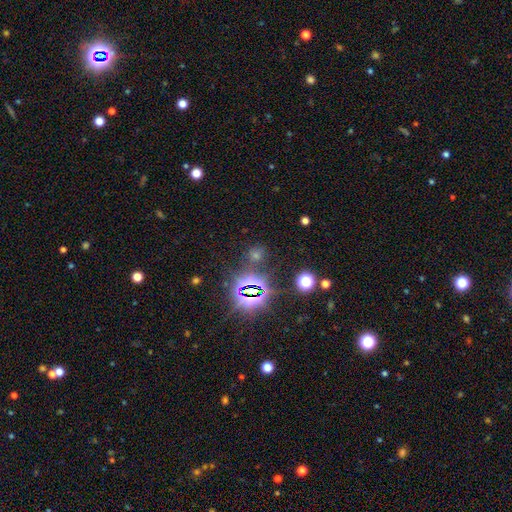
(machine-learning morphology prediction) Q: Smooth or featured?
A: star or artifact (68%); runner-up: smooth (25%)